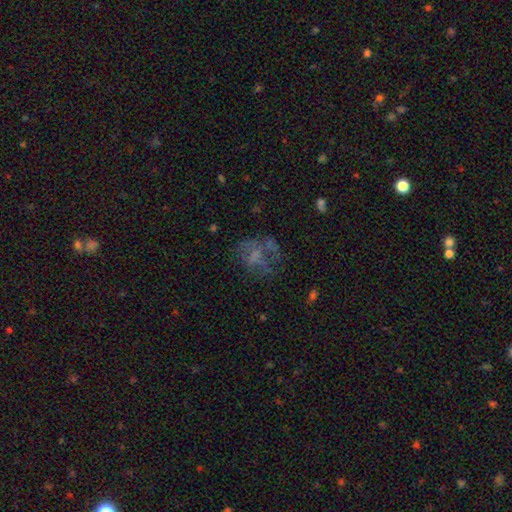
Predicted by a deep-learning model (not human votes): Q: Smooth or featured?
A: featured or disk (47%); runner-up: smooth (32%)
Q: Merging?
A: none (44%); runner-up: major disturbance (33%)